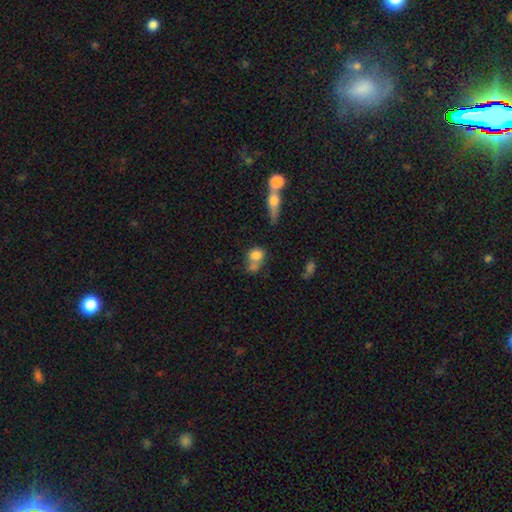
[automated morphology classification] This appears to be a smooth galaxy with no disk features (75%) that is round (49%). Merging: merger (41%).